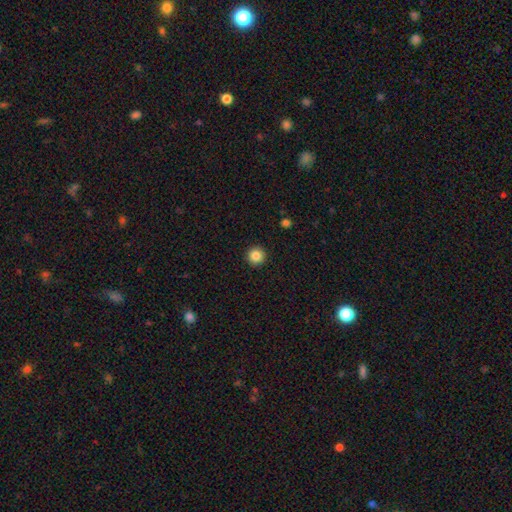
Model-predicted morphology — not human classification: smooth 86%, star or artifact 10%, featured or disk 4%. Down the decision tree: how rounded — round (96%); merging — none (93%).